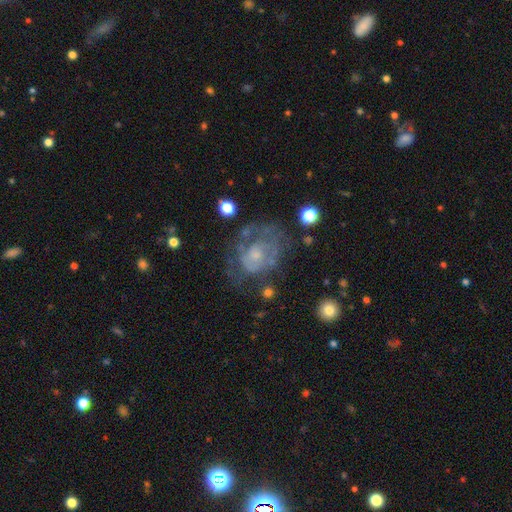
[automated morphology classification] featured or disk 65%, smooth 25%, star or artifact 10%. Down the decision tree: edge-on disk — no (97%); bar — no (82%); spiral arms — no (51%); bulge size — small (51%); merging — none (44%).